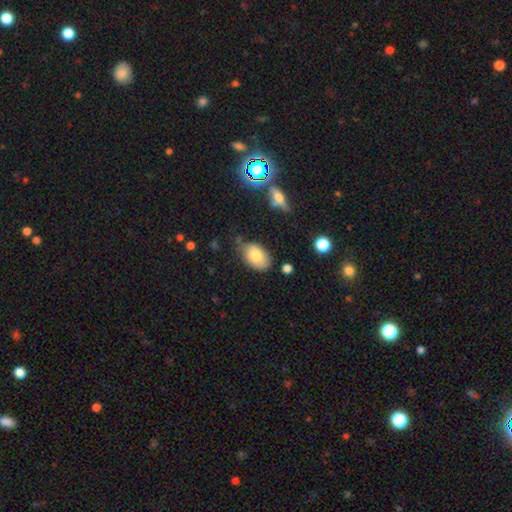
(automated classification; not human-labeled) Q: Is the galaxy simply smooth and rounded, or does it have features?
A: smooth — 79%.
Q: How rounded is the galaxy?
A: in between — 89%.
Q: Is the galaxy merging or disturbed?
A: none — 68%.